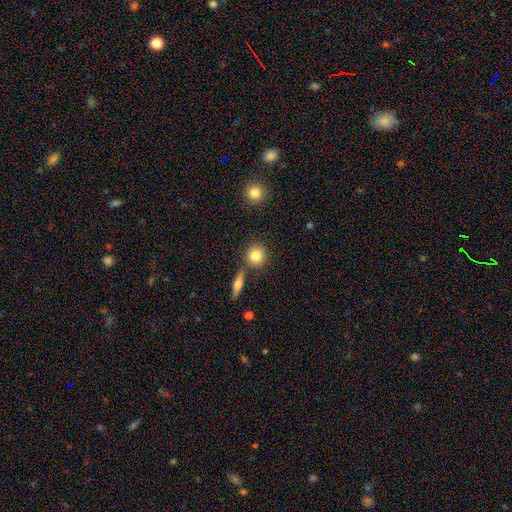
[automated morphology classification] Smooth or featured? smooth (80%)
How rounded? round (89%)
Merging? none (79%)